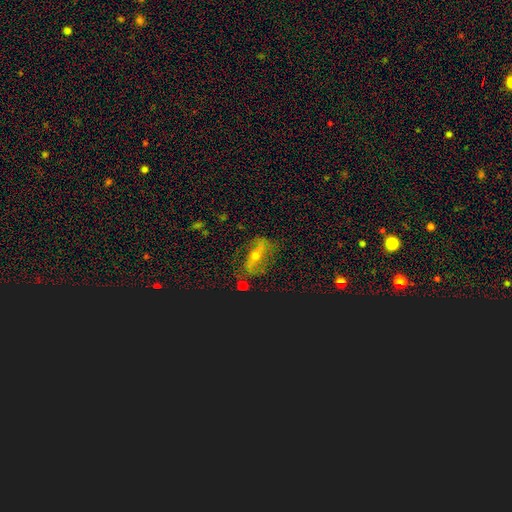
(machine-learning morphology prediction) smooth_or_featured: featured or disk (p=0.53) [alt: star or artifact p=0.24]
disk_edge_on: no (p=0.80) [alt: yes p=0.20]
merging: none (p=0.65) [alt: minor disturbance p=0.19]